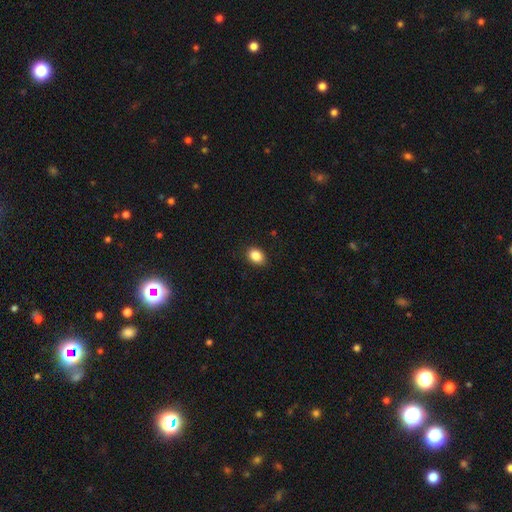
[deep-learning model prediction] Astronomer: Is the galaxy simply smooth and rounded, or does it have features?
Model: smooth — 87%.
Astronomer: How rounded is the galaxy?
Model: in between — 74%.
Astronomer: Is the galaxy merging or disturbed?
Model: none — 87%.